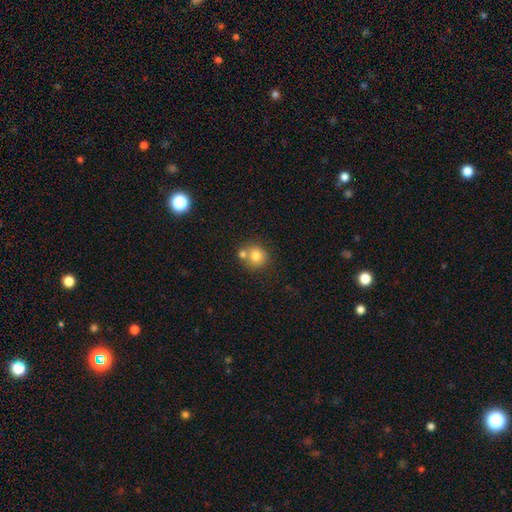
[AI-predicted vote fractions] Smooth or featured? Predicted: smooth (p=0.78). How rounded? Predicted: round (p=0.88). Merging? Predicted: none (p=0.53).